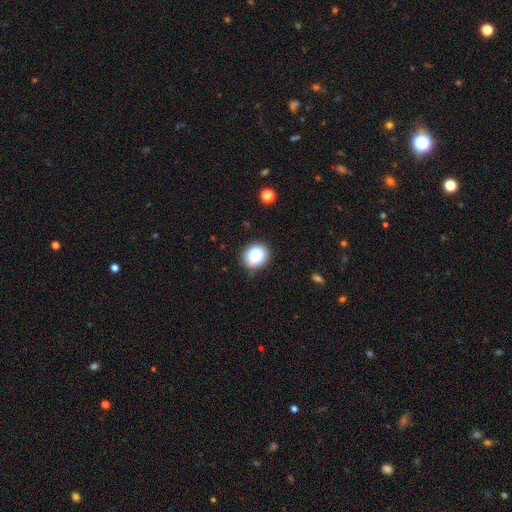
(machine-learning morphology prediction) Smooth or featured?
  - smooth: 85% *
  - star or artifact: 9%
  - featured or disk: 6%
How rounded?
  - round: 69% *
  - in between: 30%
  - cigar-shaped: 1%
Merging?
  - none: 83% *
  - minor disturbance: 13%
  - major disturbance: 3%
  - merger: 2%